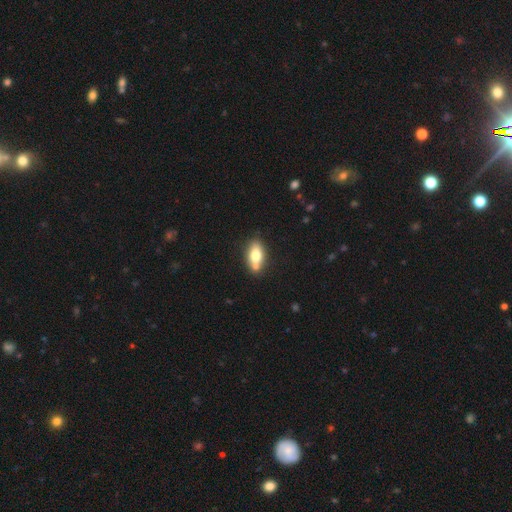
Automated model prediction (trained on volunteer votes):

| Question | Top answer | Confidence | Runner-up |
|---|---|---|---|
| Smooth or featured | smooth | 75% | featured or disk (18%) |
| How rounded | in between | 87% | cigar-shaped (6%) |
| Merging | none | 65% | merger (18%) |